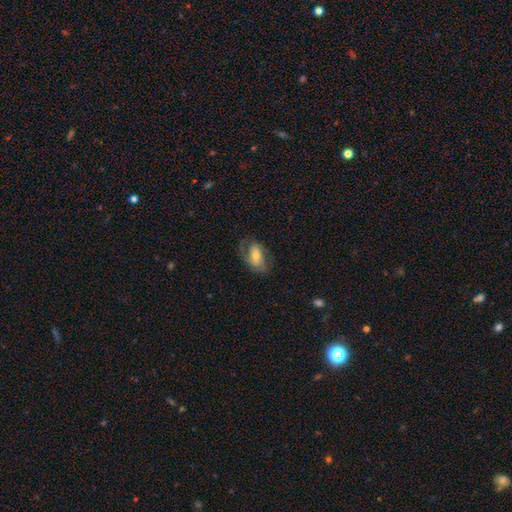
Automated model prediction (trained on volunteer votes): This appears to be a featured or disk galaxy (52%). Merging: none (64%).